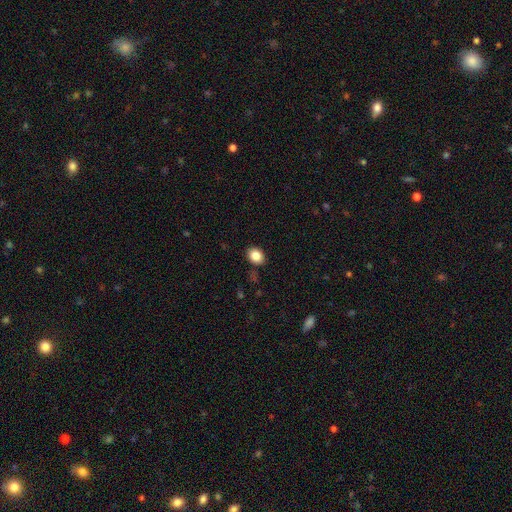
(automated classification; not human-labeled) Smooth or featured?
  - smooth: 86% *
  - star or artifact: 9%
  - featured or disk: 5%
How rounded?
  - in between: 58% *
  - round: 41%
  - cigar-shaped: 1%
Merging?
  - none: 87% *
  - minor disturbance: 9%
  - major disturbance: 2%
  - merger: 2%